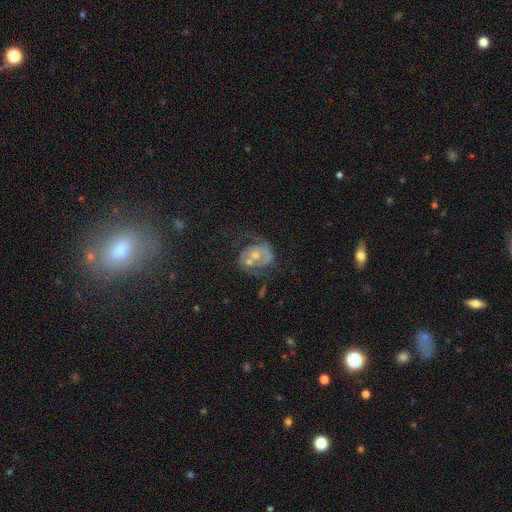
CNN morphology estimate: A featured or disk galaxy (68%) with no bar (77%), spiral arms (64%) and a moderate central bulge (55%).

Vote fractions:
- Smooth or featured? featured or disk: 68% / smooth: 21% / star or artifact: 11%
- Edge-on disk? no: 97% / yes: 3%
- Bar? no: 77% / weak: 18% / strong: 5%
- Spiral arms? yes: 64% / no: 36%
- Bulge size? moderate: 55% / small: 36% / large: 4% / none: 3% / dominant: 2%
- Merging? none: 38% / major disturbance: 25% / minor disturbance: 20% / merger: 17%